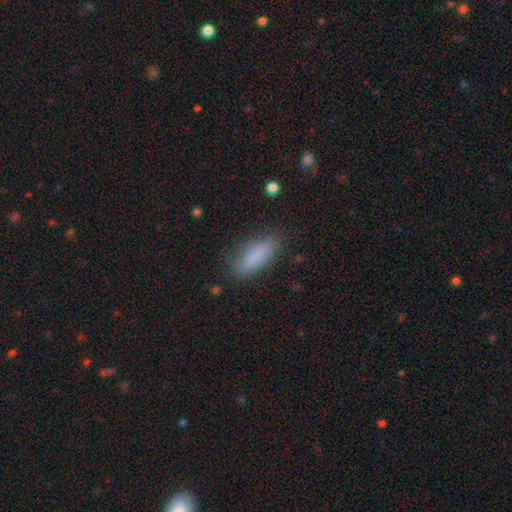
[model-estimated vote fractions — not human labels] A smooth galaxy with no disk features (85%) that is in between round and cigar-shaped (57%). Merging: none (82%).